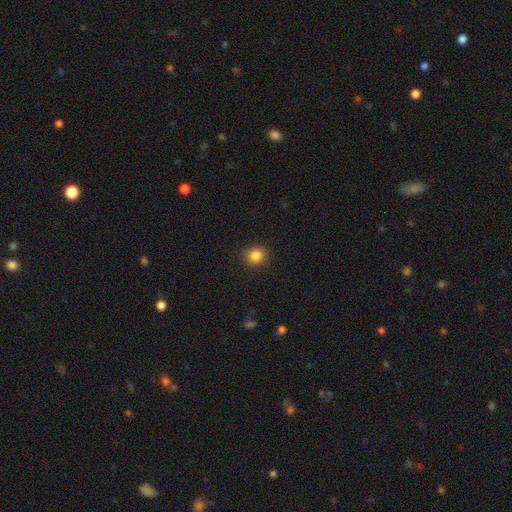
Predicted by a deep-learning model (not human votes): Smooth or featured? smooth (85%)
How rounded? round (84%)
Merging? none (89%)